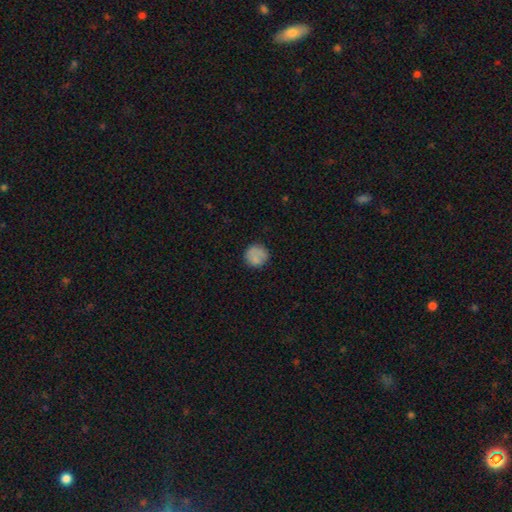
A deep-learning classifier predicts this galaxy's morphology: Smooth or featured? Predicted: smooth (p=0.81). How rounded? Predicted: round (p=0.91). Merging? Predicted: none (p=0.78).